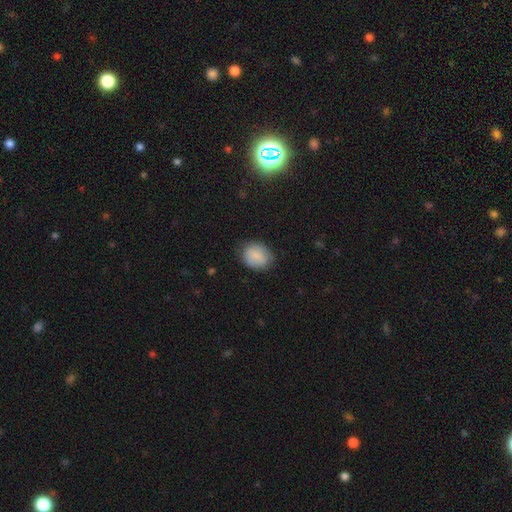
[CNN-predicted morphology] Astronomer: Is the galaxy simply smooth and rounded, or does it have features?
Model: smooth — 86%.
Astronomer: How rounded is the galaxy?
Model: in between — 51% (runner-up: round, 48%).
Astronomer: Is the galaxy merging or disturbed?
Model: none — 77%.